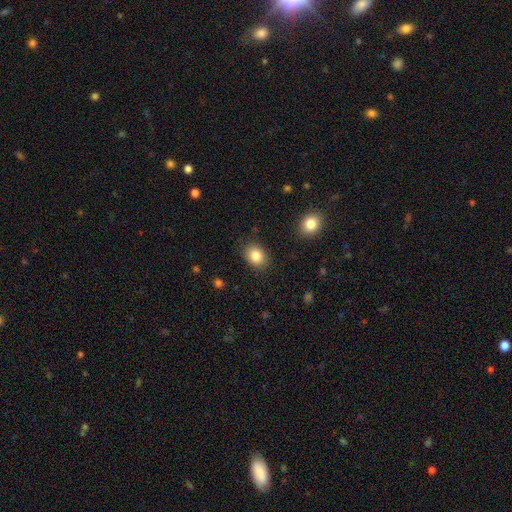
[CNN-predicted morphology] Smooth or featured: smooth — 84% (star or artifact — 9%)
How rounded: in between — 57% (round — 42%)
Merging: none — 87% (minor disturbance — 9%)